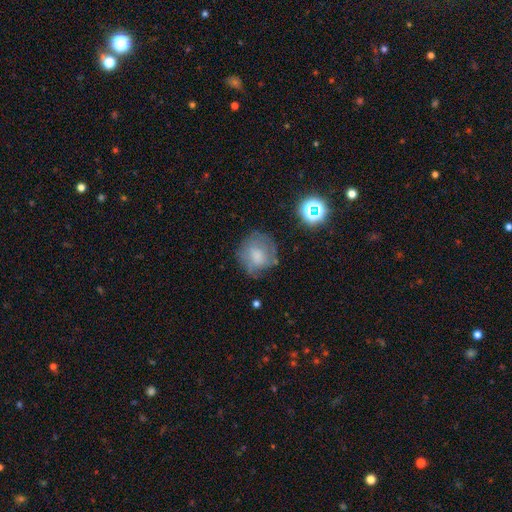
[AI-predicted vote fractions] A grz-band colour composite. It shows a smooth galaxy with no disk features (60%) that is round (82%). Merging: none (62%).